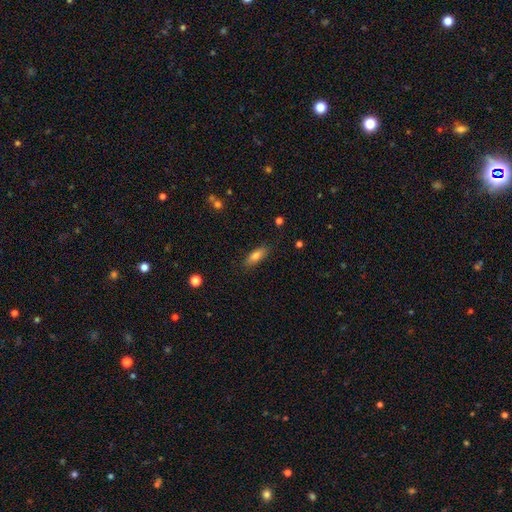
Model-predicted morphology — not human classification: Smooth or featured: smooth — 80% (featured or disk — 12%)
How rounded: in between — 71% (cigar-shaped — 27%)
Merging: none — 86% (minor disturbance — 10%)